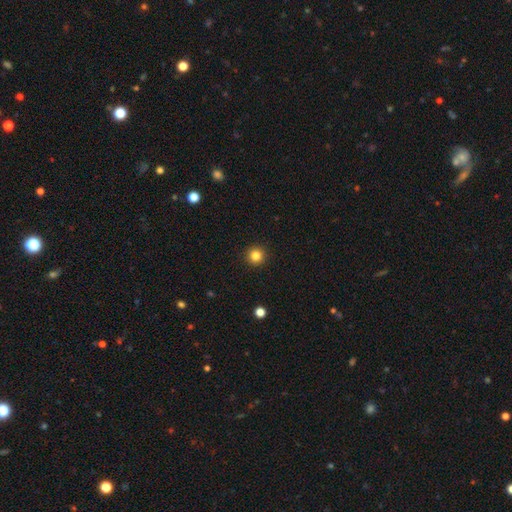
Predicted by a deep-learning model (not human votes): smooth 84%, star or artifact 12%, featured or disk 4%. Down the decision tree: how rounded — round (96%); merging — none (93%).